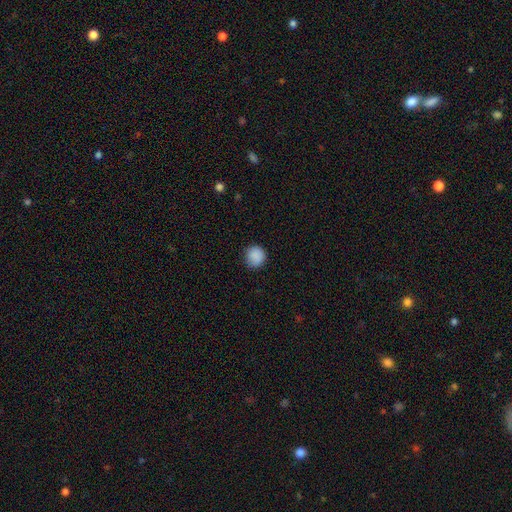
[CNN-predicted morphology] smooth_or_featured: smooth (p=0.88) [alt: star or artifact p=0.09]
how_rounded: round (p=0.90) [alt: in between p=0.09]
merging: none (p=0.85) [alt: minor disturbance p=0.11]